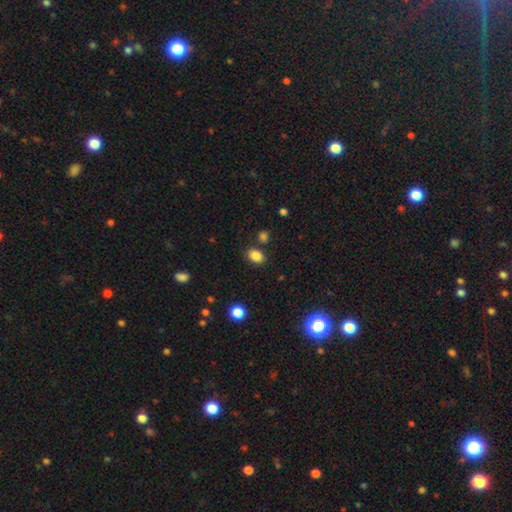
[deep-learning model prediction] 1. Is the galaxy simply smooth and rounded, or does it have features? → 85% smooth, 11% star or artifact, 5% featured or disk.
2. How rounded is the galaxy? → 71% in between, 28% round, 1% cigar-shaped.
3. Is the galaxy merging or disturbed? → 82% none, 10% minor disturbance, 5% merger, 3% major disturbance.